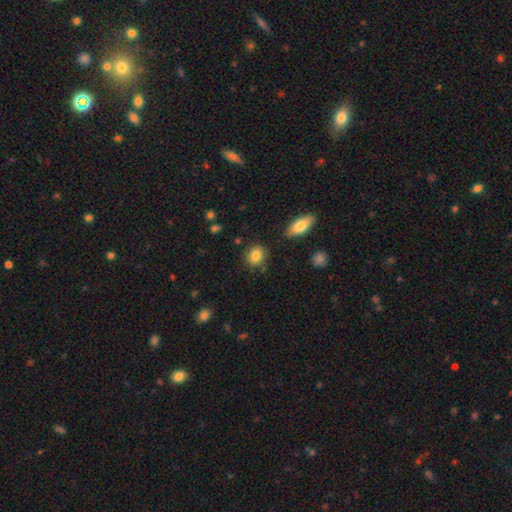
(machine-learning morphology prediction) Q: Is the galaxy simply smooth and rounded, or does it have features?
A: smooth — 84%.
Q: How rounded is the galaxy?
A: round — 60%.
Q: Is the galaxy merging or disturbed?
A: none — 81%.